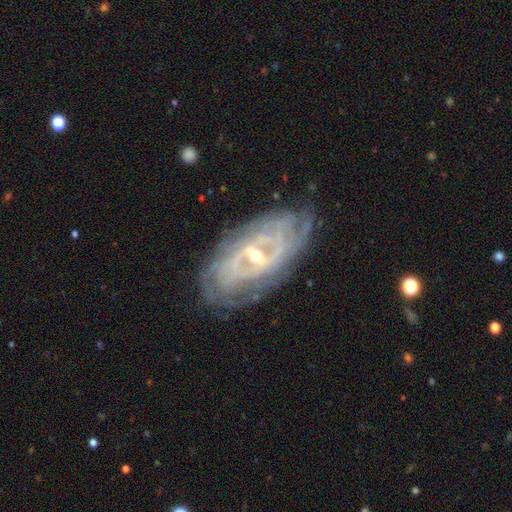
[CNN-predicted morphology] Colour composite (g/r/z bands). It shows a featured or disk galaxy (88%) with a strong bar (50%), tight (63%) spiral arms (90%) and a small central bulge (60%). Merging: none (75%).